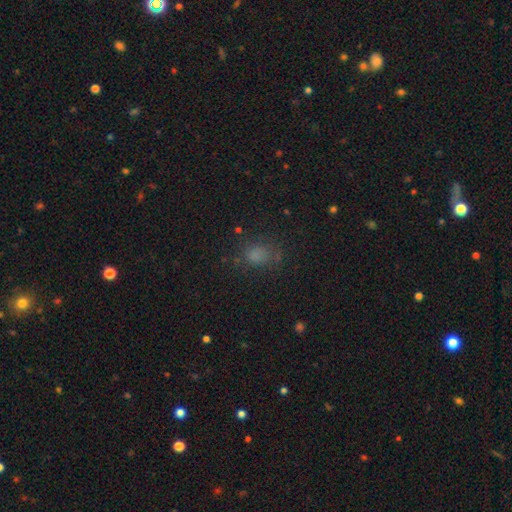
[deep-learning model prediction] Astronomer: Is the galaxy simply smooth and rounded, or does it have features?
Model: smooth — 72%.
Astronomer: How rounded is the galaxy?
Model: in between — 55% (runner-up: round, 43%).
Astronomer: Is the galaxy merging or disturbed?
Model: none — 66%.